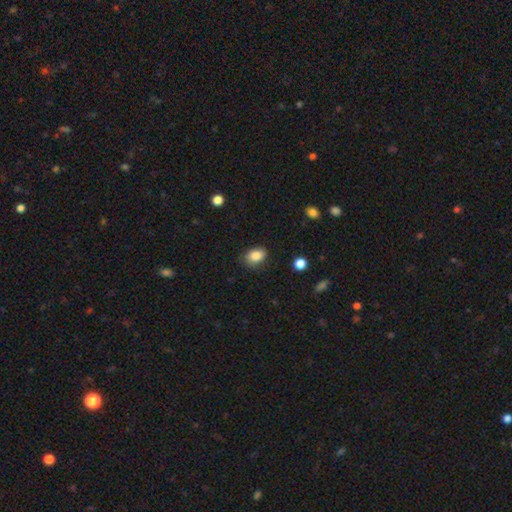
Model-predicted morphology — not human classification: Smooth or featured? smooth (86%)
How rounded? in between (78%)
Merging? none (77%)